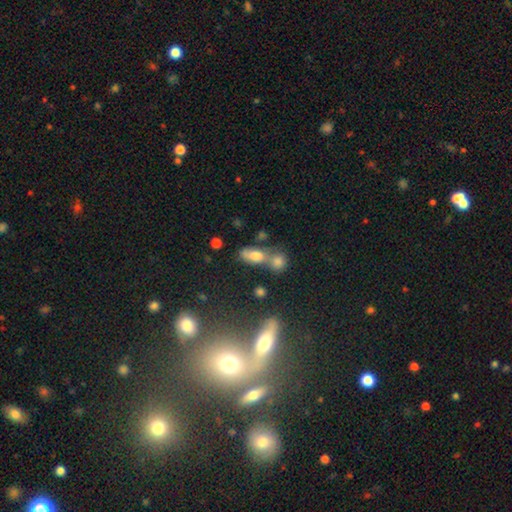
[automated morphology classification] This appears to be a smooth galaxy with no disk features (66%) that is in between round and cigar-shaped (74%). Merging: none (42%).